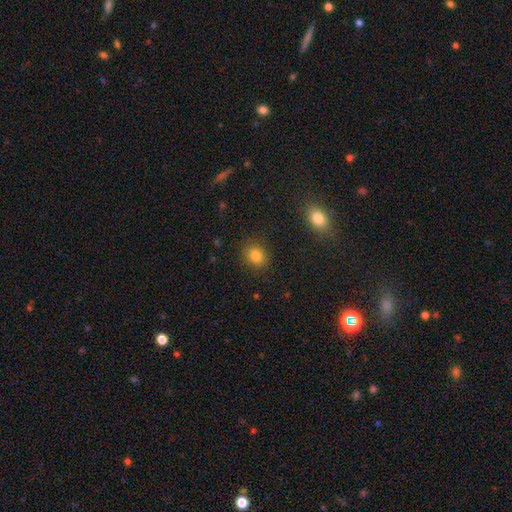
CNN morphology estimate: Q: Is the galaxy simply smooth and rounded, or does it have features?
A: smooth — 82%.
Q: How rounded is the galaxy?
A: round — 63%.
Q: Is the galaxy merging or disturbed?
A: none — 86%.